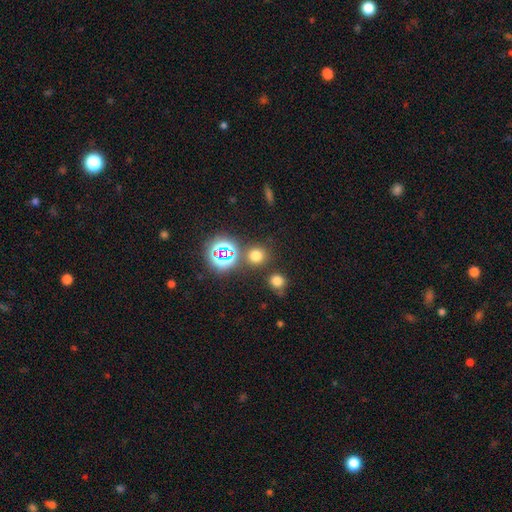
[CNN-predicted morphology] A smooth galaxy with no disk features (65%) that is round (88%). Merging: none (80%).